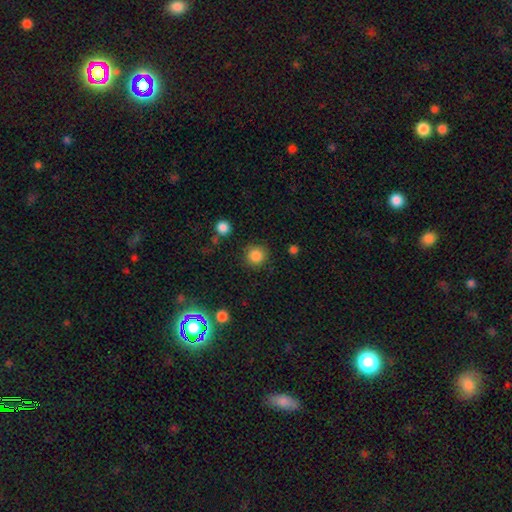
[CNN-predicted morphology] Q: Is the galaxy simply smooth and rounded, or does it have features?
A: smooth — 84%.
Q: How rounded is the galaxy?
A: round — 94%.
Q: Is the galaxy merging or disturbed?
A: none — 87%.